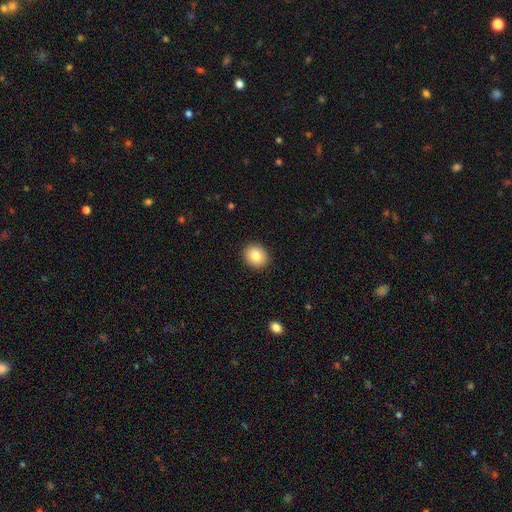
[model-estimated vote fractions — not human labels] Morphology: type=smooth (85%); roundness=round (65%); merging=none (91%).